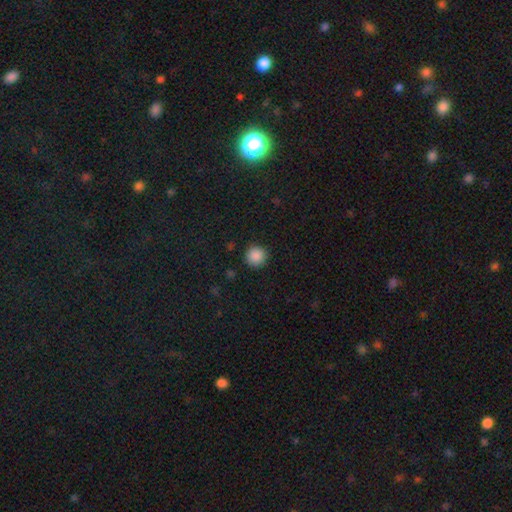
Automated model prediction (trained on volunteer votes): The model was most divided on "smooth or featured": smooth: 88%, star or artifact: 9%, featured or disk: 3%. More confident: how rounded — round (95%); merging — none (91%).